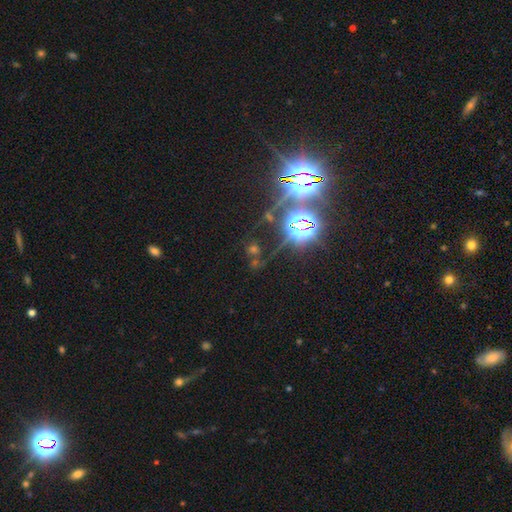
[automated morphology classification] This is likely a star or artifact rather than a galaxy (77%).